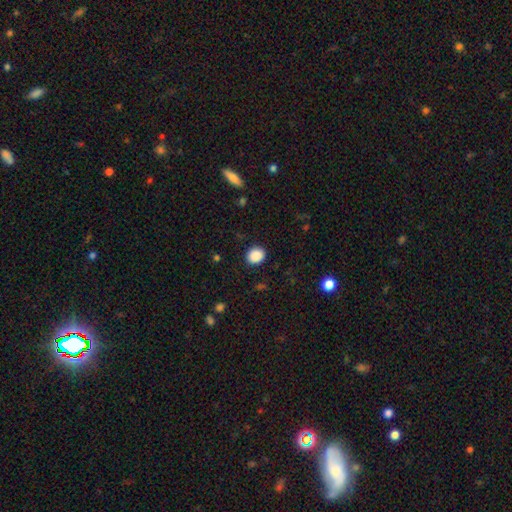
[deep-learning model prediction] A smooth galaxy with no disk features (89%) that is round (69%).

Vote fractions:
- Smooth or featured? smooth: 89% / star or artifact: 9% / featured or disk: 3%
- How rounded? round: 69% / in between: 30% / cigar-shaped: 1%
- Merging? none: 90% / minor disturbance: 7% / major disturbance: 2% / merger: 1%